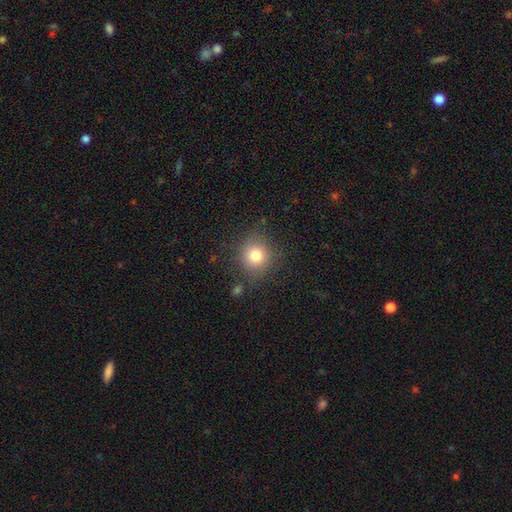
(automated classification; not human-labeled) Smooth or featured: smooth — 78% (star or artifact — 12%)
How rounded: round — 89% (in between — 10%)
Merging: none — 83% (minor disturbance — 11%)